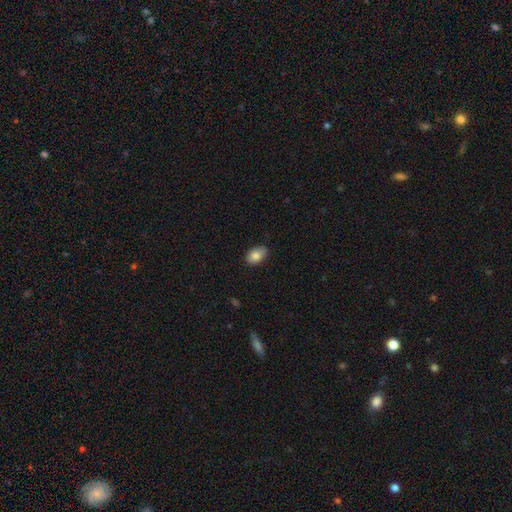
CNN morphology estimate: A smooth galaxy with no disk features (84%) that is in between round and cigar-shaped (89%).

Vote fractions:
- Smooth or featured? smooth: 84% / featured or disk: 9% / star or artifact: 8%
- How rounded? in between: 89% / round: 10% / cigar-shaped: 1%
- Merging? none: 83% / minor disturbance: 14% / major disturbance: 2% / merger: 1%